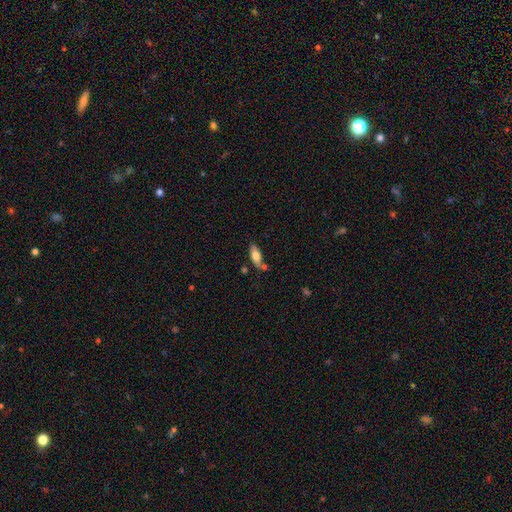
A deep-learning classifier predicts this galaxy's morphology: type=smooth (69%); roundness=in between (70%); merging=none (66%).